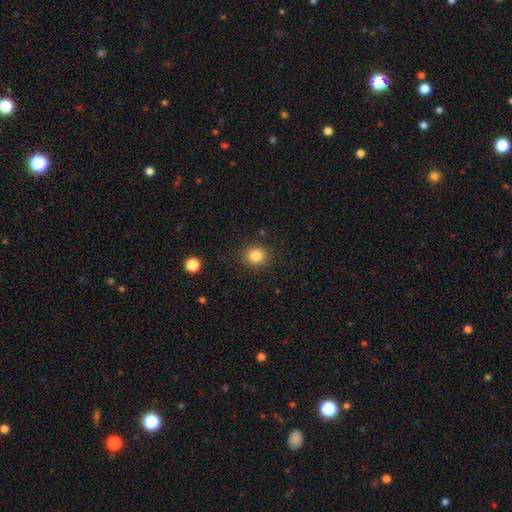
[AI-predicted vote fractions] smooth 84%, star or artifact 11%, featured or disk 5%. Down the decision tree: how rounded — round (88%); merging — none (89%).